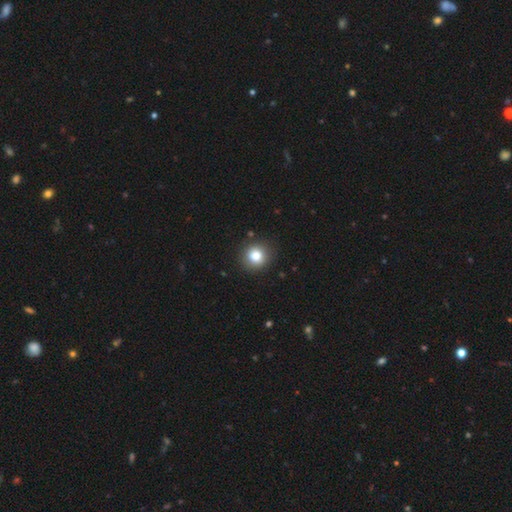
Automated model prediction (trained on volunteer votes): smooth-or-featured: smooth: 83% | star or artifact: 11% | featured or disk: 7%
  how-rounded: round: 87% | in between: 12% | cigar-shaped: 1%
  merging: none: 87% | minor disturbance: 9% | major disturbance: 3% | merger: 1%